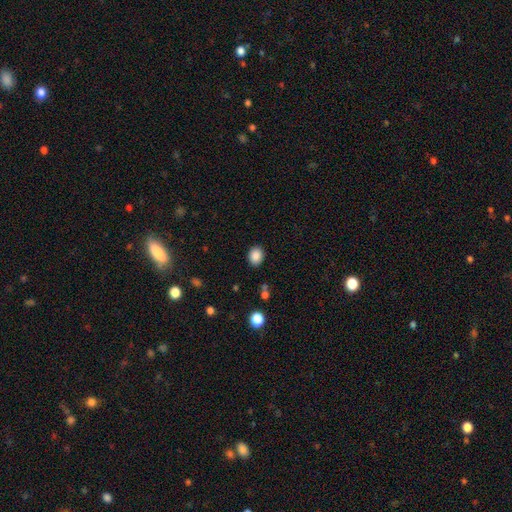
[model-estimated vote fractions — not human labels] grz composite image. It shows a smooth galaxy with no disk features (87%) that is in between round and cigar-shaped (54%). Merging: none (88%).